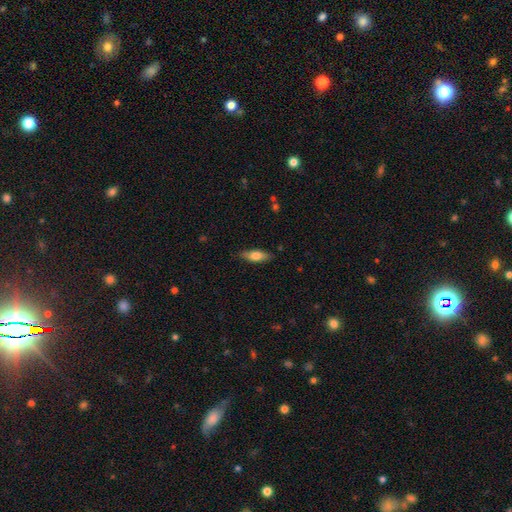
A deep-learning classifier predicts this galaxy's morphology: Smooth or featured? Predicted: smooth (p=0.69). How rounded? Predicted: in between (p=0.60). Merging? Predicted: none (p=0.84).